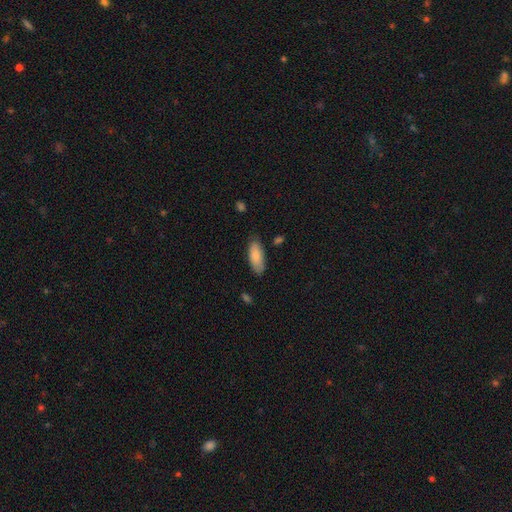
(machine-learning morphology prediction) Smooth or featured: smooth — 83% (featured or disk — 11%)
How rounded: in between — 81% (cigar-shaped — 18%)
Merging: none — 79% (minor disturbance — 17%)